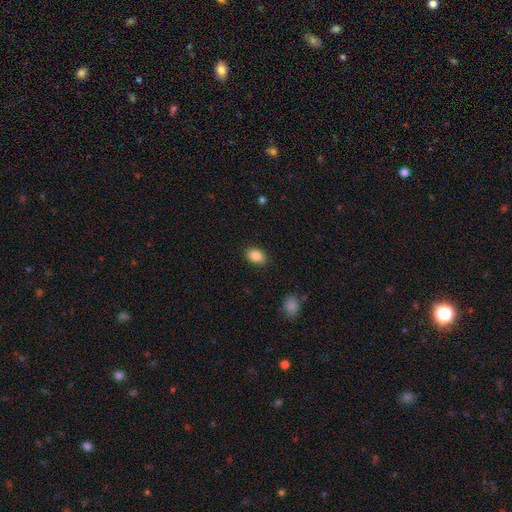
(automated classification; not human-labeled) Q: Smooth or featured?
A: smooth (87%); runner-up: star or artifact (8%)
Q: How rounded?
A: in between (80%); runner-up: round (19%)
Q: Merging?
A: none (87%); runner-up: minor disturbance (10%)